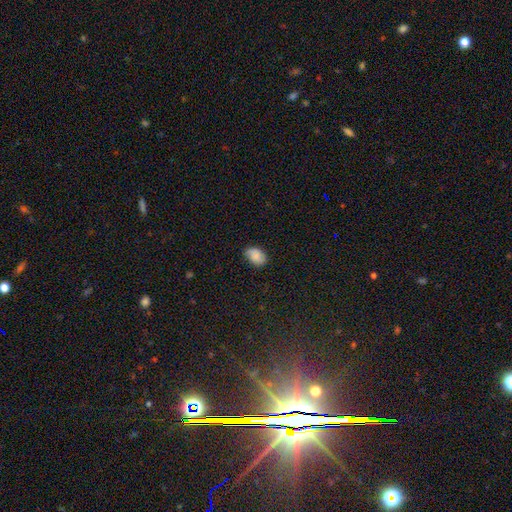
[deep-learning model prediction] Smooth or featured? Predicted: smooth (p=0.84). How rounded? Predicted: in between (p=0.85). Merging? Predicted: none (p=0.74).